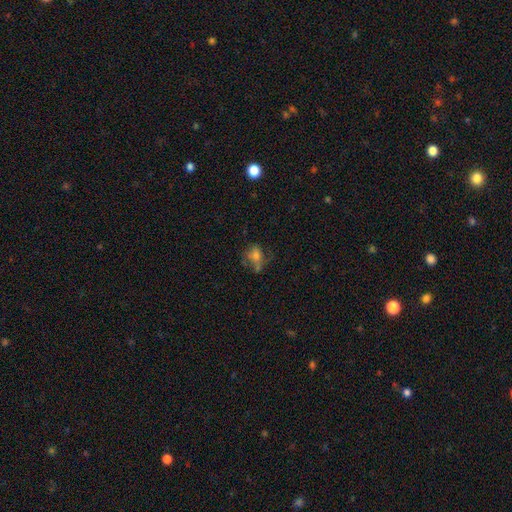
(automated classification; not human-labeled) Overall: smooth (49%; featured or disk 32%). Merging: none (47%; minor disturbance 24%).